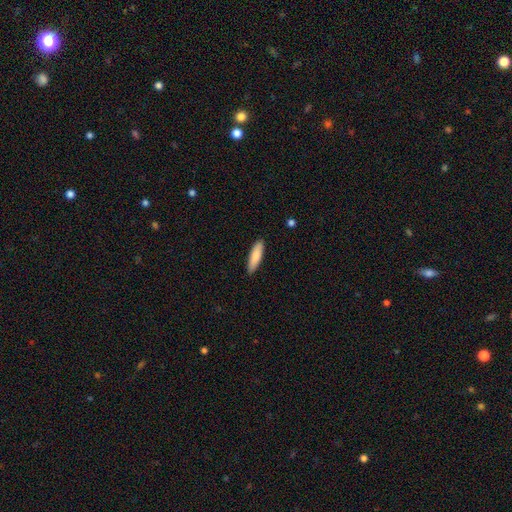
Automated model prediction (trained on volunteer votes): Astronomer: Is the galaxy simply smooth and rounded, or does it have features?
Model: smooth — 81%.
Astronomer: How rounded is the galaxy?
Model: cigar-shaped — 66%.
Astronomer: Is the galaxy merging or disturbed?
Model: none — 90%.